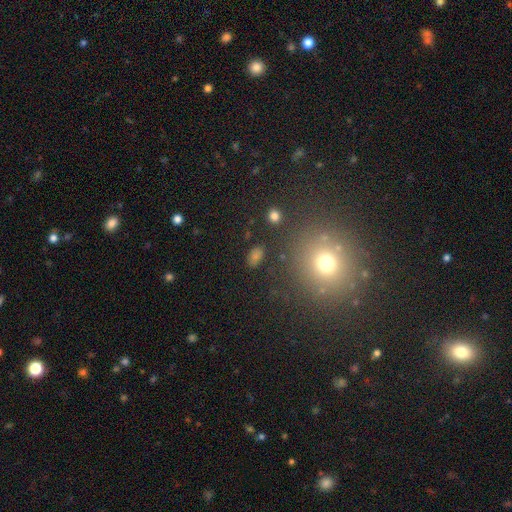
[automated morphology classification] This is likely a smooth galaxy (65%). How rounded: likely in between (74%). Merging: clearly none (82%).